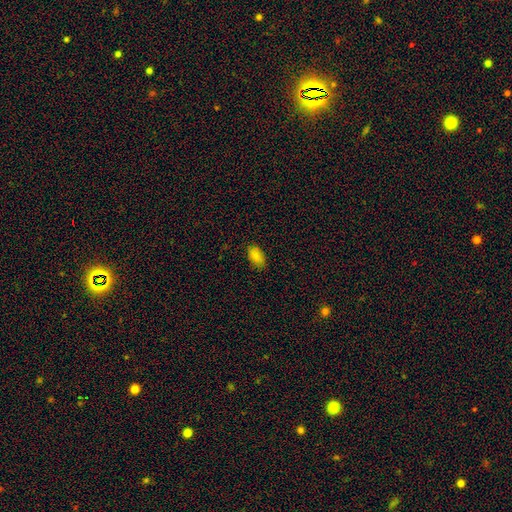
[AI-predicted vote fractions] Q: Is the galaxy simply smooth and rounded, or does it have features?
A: smooth — 85%.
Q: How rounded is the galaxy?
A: in between — 92%.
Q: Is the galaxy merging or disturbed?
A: none — 84%.